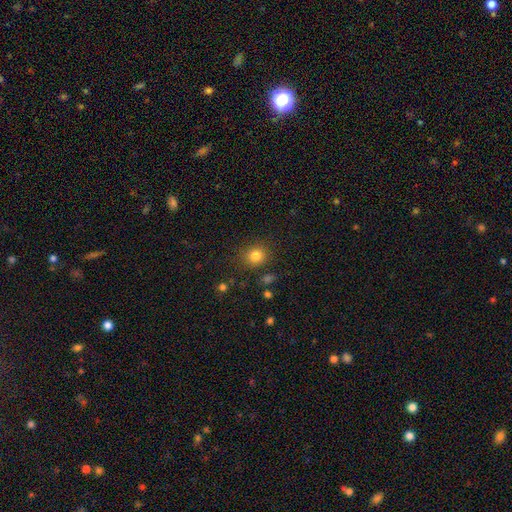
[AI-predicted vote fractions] The model was most divided on "how rounded": round: 82%, in between: 17%, cigar-shaped: 1%. More confident: merging — none (85%); smooth or featured — smooth (82%).